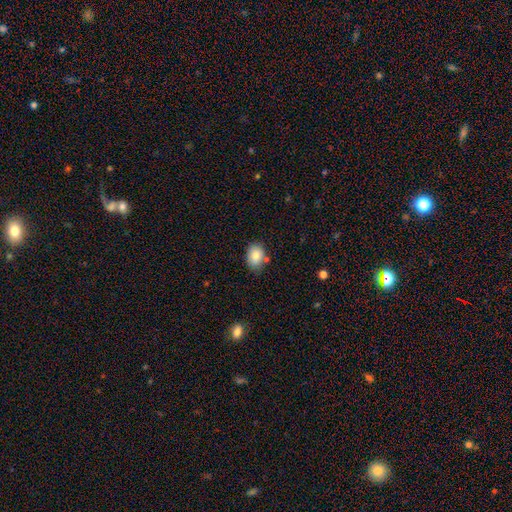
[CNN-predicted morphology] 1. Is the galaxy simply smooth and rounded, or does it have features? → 84% smooth, 8% featured or disk, 8% star or artifact.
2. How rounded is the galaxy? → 76% in between, 23% round, 1% cigar-shaped.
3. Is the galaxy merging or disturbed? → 75% none, 16% minor disturbance, 6% merger, 3% major disturbance.